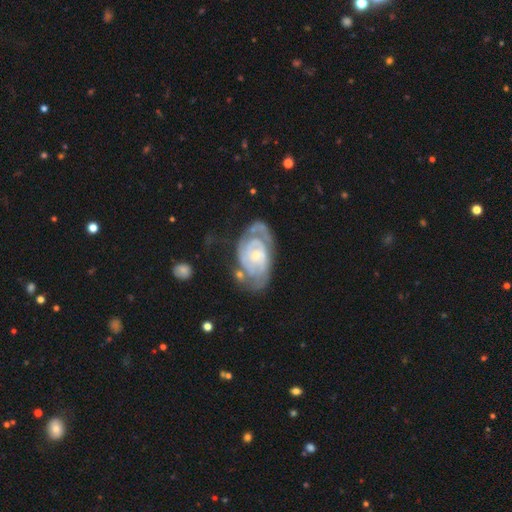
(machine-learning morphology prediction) Overall: featured or disk (85%). Edge-on disk: no (96%). Bar: no (70%). Spiral arms: yes (93%). Spiral arm count: 2 (45%; can't tell 30%). Spiral winding: tight (69%). Bulge size: small (64%; moderate 32%). Merging: none (51%; minor disturbance 25%).